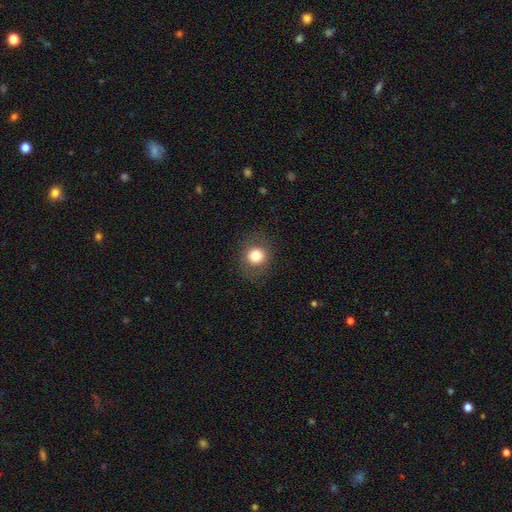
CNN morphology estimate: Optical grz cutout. It shows a smooth galaxy with no disk features (80%) that is round (81%). Merging: none (85%).